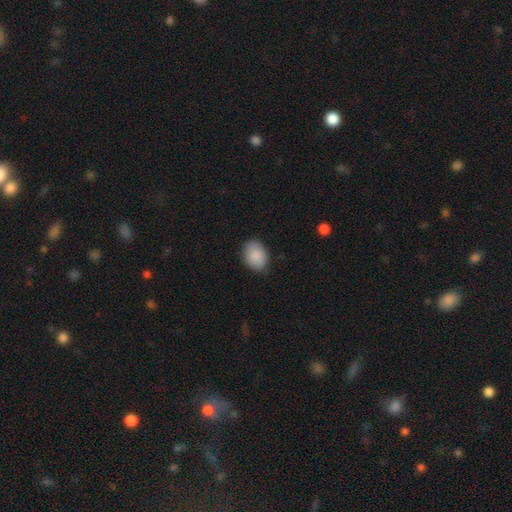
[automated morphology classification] A smooth galaxy with no disk features (89%) that is in between round and cigar-shaped (71%).

Vote fractions:
- Smooth or featured? smooth: 89% / star or artifact: 7% / featured or disk: 4%
- How rounded? in between: 71% / round: 28% / cigar-shaped: 1%
- Merging? none: 83% / minor disturbance: 13% / major disturbance: 3% / merger: 1%